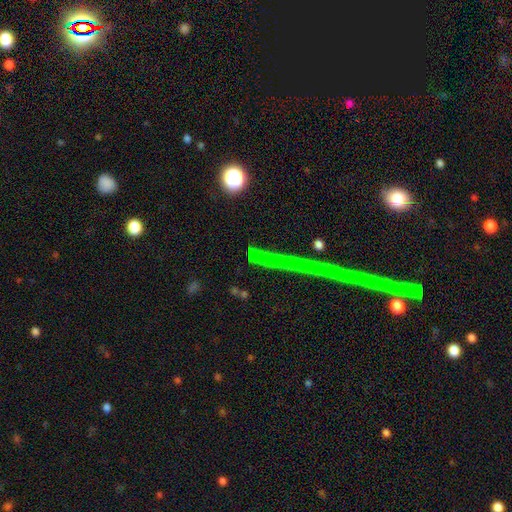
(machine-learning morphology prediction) star or artifact 65%, smooth 19%, featured or disk 16%.